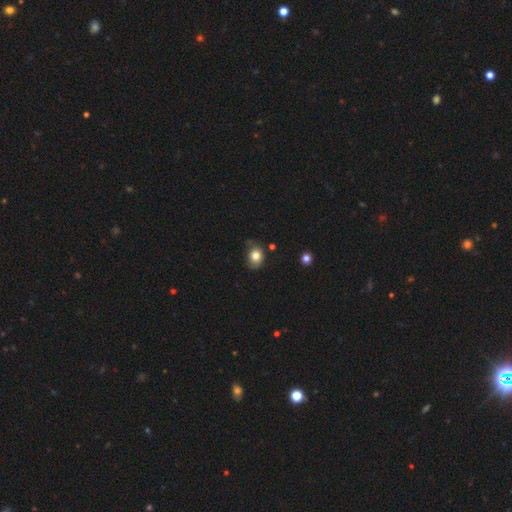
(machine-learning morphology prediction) This is clearly a smooth galaxy (82%). How rounded: possibly in between (55%). Merging: likely none (66%).